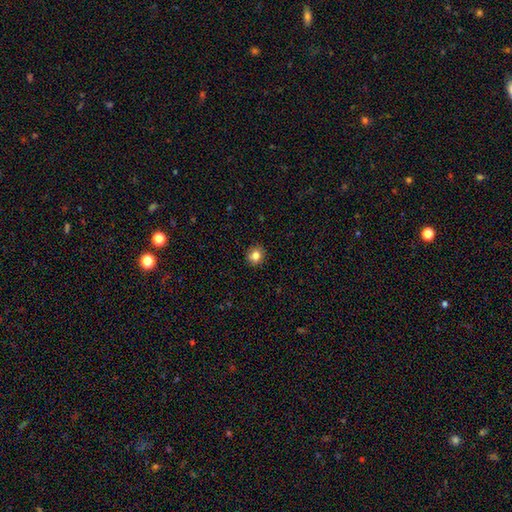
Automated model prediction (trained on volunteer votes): Smooth or featured? smooth (81%)
How rounded? round (80%)
Merging? none (89%)